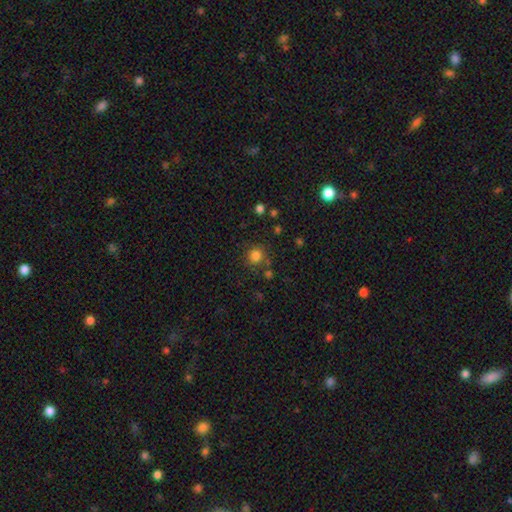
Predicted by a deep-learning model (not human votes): Morphology: type=smooth (80%); roundness=round (89%); merging=none (77%).